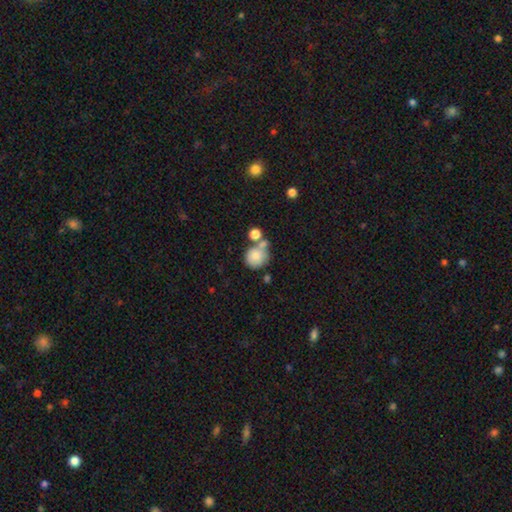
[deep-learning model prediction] smooth_or_featured: smooth (p=0.79) [alt: featured or disk p=0.12]
how_rounded: round (p=0.84) [alt: in between p=0.15]
merging: none (p=0.43) [alt: merger p=0.35]